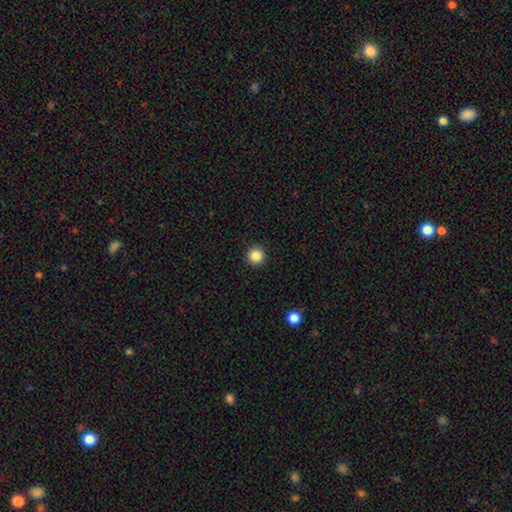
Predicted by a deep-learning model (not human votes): Smooth or featured: smooth — 86% (star or artifact — 10%)
How rounded: round — 97% (in between — 3%)
Merging: none — 93% (minor disturbance — 4%)